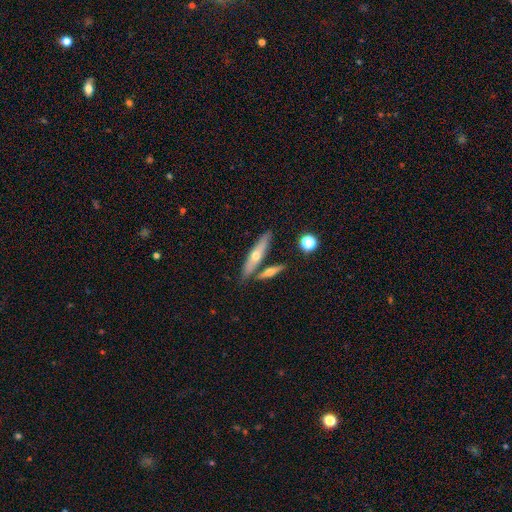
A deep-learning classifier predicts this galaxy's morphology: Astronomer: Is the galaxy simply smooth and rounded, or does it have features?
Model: featured or disk — 47% (runner-up: smooth, 46%).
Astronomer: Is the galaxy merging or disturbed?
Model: none — 72%.